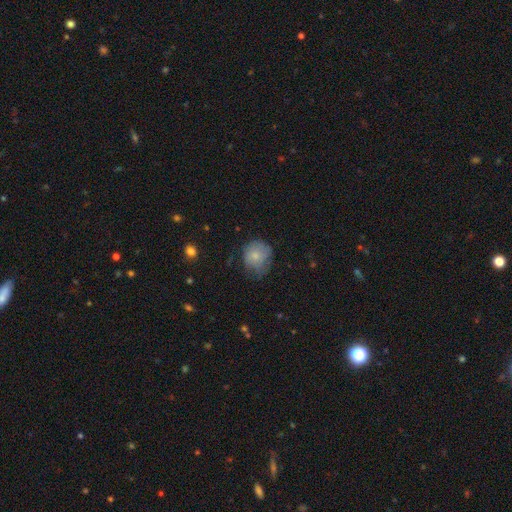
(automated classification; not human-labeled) A smooth galaxy with no disk features (75%) that is round (72%).

Vote fractions:
- Smooth or featured? smooth: 75% / featured or disk: 16% / star or artifact: 8%
- How rounded? round: 72% / in between: 27% / cigar-shaped: 1%
- Merging? none: 45% / minor disturbance: 37% / major disturbance: 17% / merger: 2%